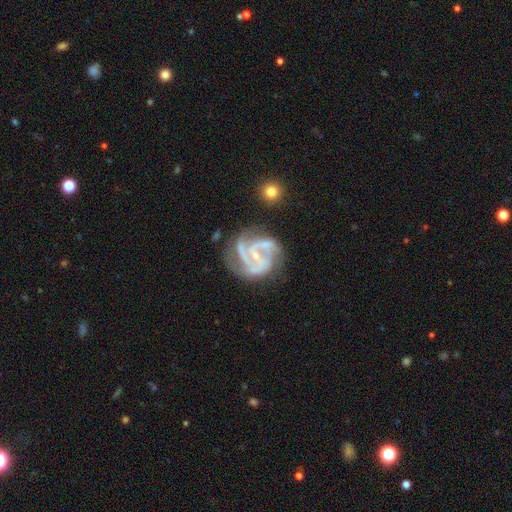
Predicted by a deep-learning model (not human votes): Smooth or featured? Predicted: featured or disk (p=0.89). Edge-on disk? Predicted: no (p=0.98). Bar? Predicted: no (p=0.47). Spiral arms? Predicted: yes (p=0.97). Spiral winding? Predicted: medium (p=0.48). Spiral arm count? Predicted: 3 (p=0.54). Bulge size? Predicted: small (p=0.72). Merging? Predicted: none (p=0.56).